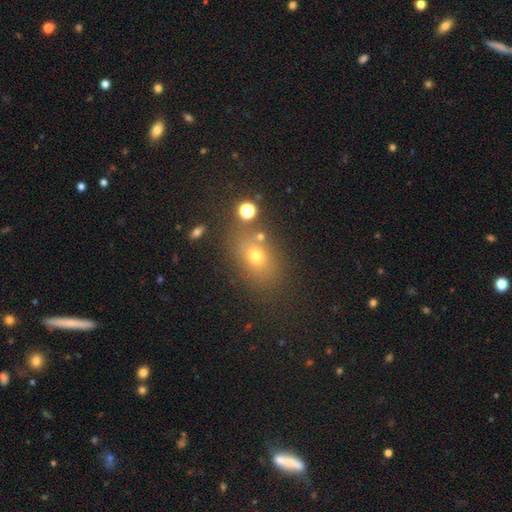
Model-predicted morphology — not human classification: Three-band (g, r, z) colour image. It shows a smooth galaxy with no disk features (66%) that is in between round and cigar-shaped (61%). Merging: none (71%).